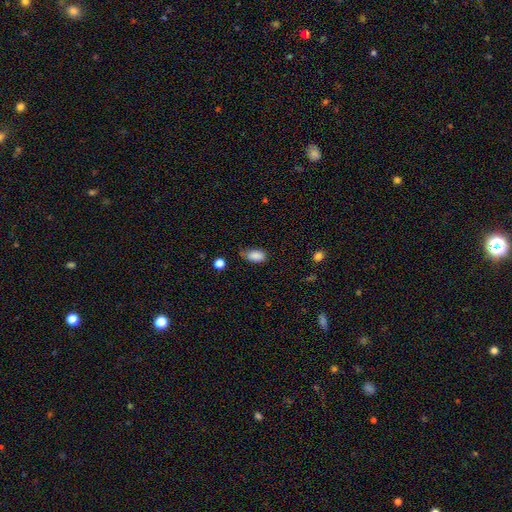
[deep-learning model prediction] Morphology: type=smooth (87%); roundness=in between (92%); merging=none (59%).